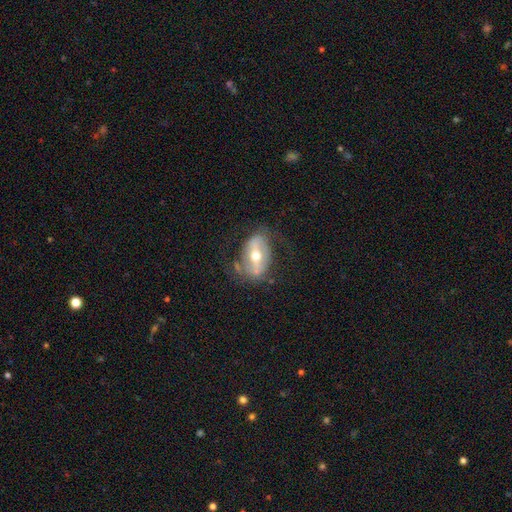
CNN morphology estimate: Smooth or featured? featured or disk (71%)
Edge-on disk? no (88%)
Bar? strong (54%)
Spiral arms? yes (58%)
Bulge size? moderate (74%)
Merging? none (61%)